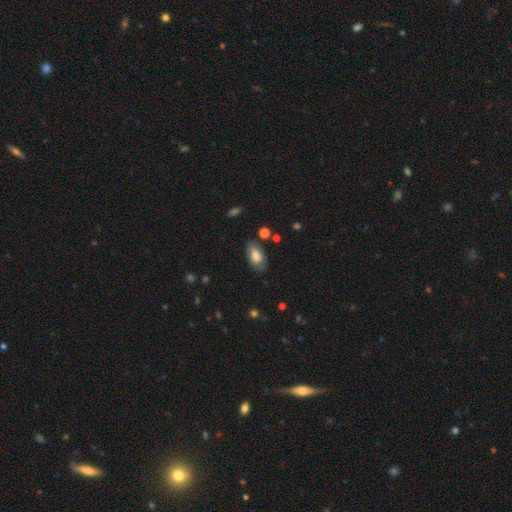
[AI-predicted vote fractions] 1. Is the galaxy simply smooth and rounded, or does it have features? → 70% smooth, 22% featured or disk, 8% star or artifact.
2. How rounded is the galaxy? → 92% in between, 4% round, 4% cigar-shaped.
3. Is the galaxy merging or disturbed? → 68% none, 22% minor disturbance, 7% major disturbance, 3% merger.